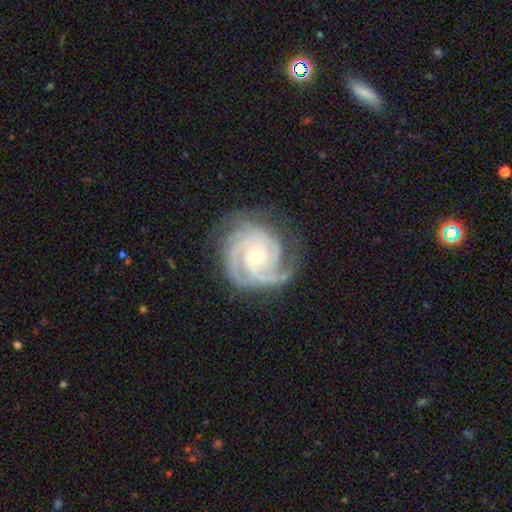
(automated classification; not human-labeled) Smooth or featured? featured or disk (92%)
Edge-on disk? no (98%)
Bar? no (73%)
Spiral arms? yes (99%)
Spiral winding? tight (74%)
Spiral arm count? 3 (49%)
Bulge size? small (68%)
Merging? none (75%)